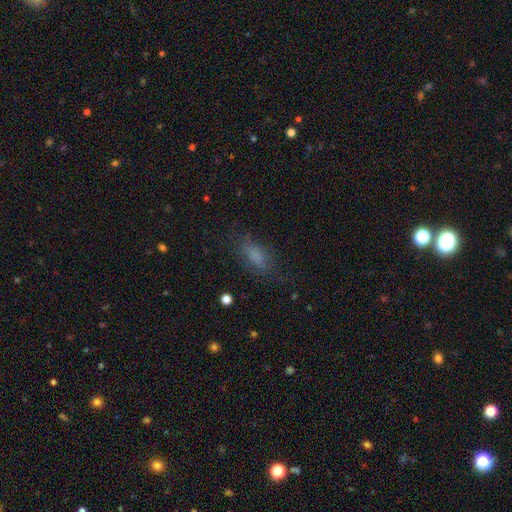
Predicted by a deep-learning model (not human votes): The model was most divided on "merging": none: 68%, minor disturbance: 19%, major disturbance: 11%, merger: 2%. More confident: how rounded — in between (76%); smooth or featured — smooth (73%).